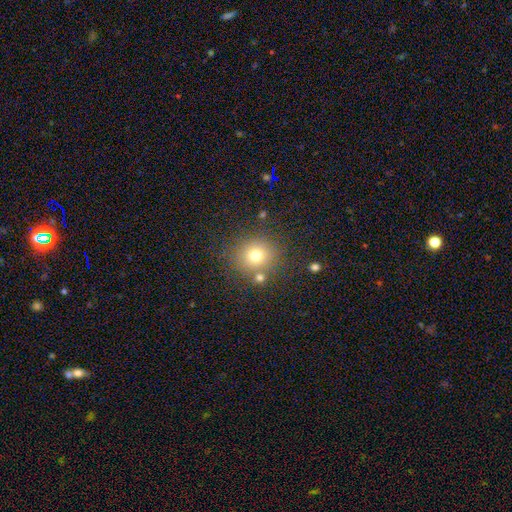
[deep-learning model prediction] Smooth or featured: smooth — 73% (star or artifact — 16%)
How rounded: round — 85% (in between — 14%)
Merging: none — 77% (minor disturbance — 10%)